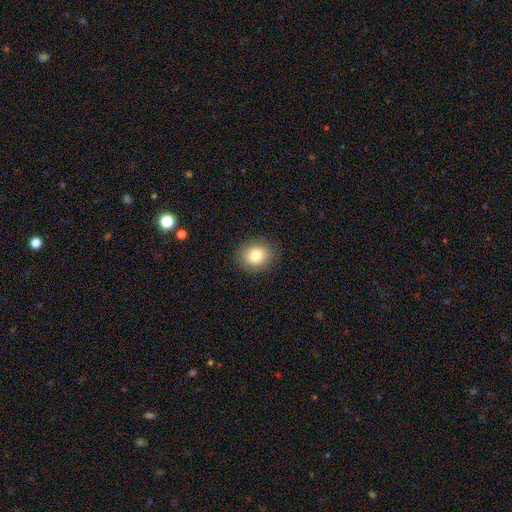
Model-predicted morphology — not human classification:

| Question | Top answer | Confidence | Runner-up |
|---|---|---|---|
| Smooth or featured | smooth | 81% | star or artifact (10%) |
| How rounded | round | 68% | in between (31%) |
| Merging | none | 88% | minor disturbance (8%) |